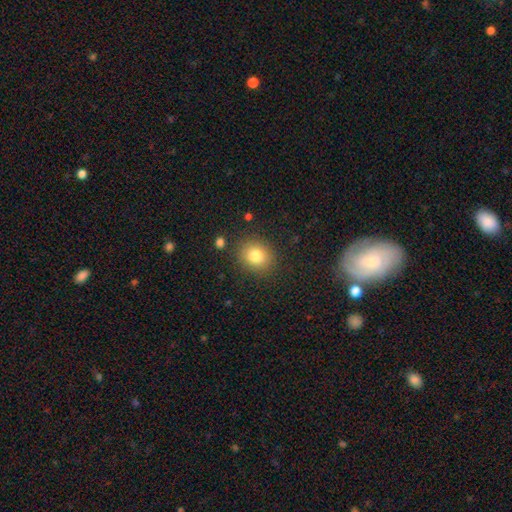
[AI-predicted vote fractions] This is clearly a smooth galaxy (81%). How rounded: likely round (72%). Merging: clearly none (86%).